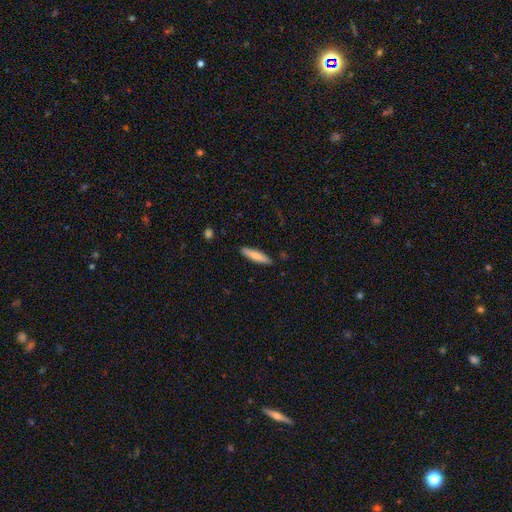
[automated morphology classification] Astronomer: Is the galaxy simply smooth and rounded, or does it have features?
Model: smooth — 78%.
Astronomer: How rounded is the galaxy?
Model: cigar-shaped — 82%.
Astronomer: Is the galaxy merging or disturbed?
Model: none — 88%.